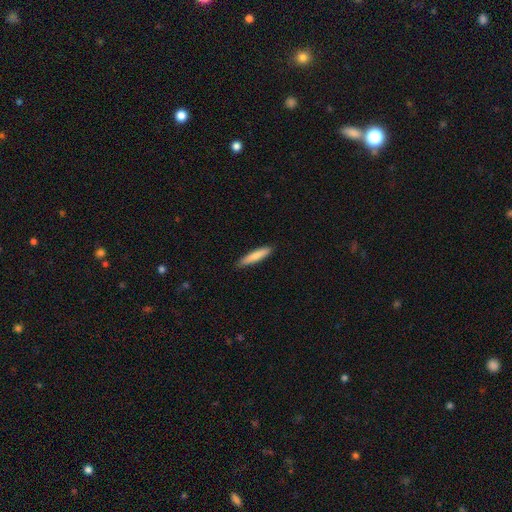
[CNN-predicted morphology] type=smooth (82%); roundness=cigar-shaped (88%); merging=none (88%).